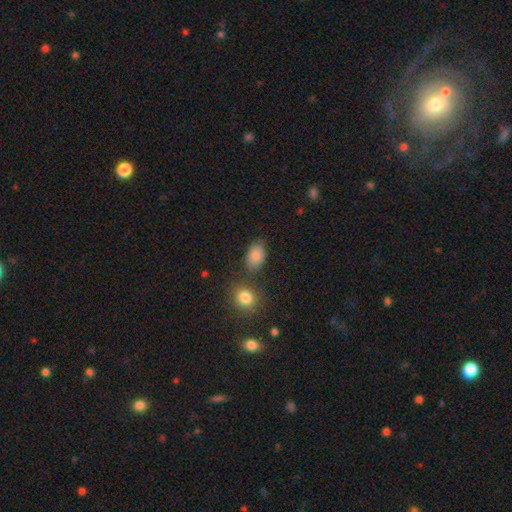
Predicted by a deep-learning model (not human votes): smooth 84%, star or artifact 10%, featured or disk 6%. Down the decision tree: how rounded — in between (81%); merging — none (71%).